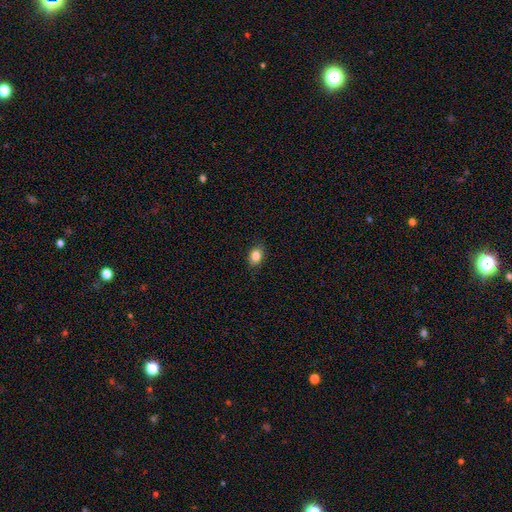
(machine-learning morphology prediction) type=smooth (86%); roundness=in between (71%); merging=none (86%).